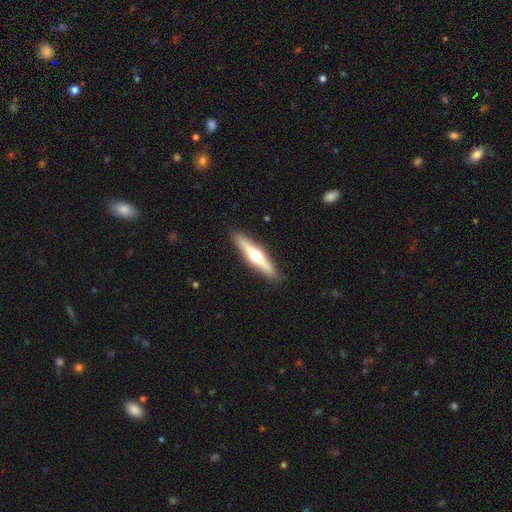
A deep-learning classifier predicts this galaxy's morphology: This is likely a featured or disk galaxy (64%). It is clearly viewed edge-on (96%). Edge-on bulge: clearly rounded (95%). Merging: clearly none (91%).